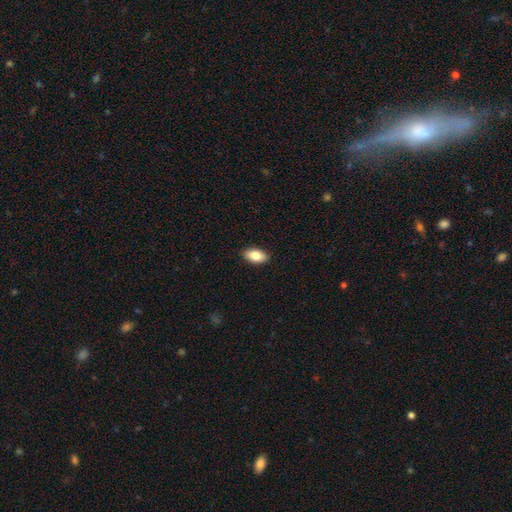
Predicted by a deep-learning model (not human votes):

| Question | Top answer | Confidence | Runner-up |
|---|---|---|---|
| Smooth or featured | smooth | 84% | featured or disk (9%) |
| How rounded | in between | 93% | round (4%) |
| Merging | none | 90% | minor disturbance (7%) |